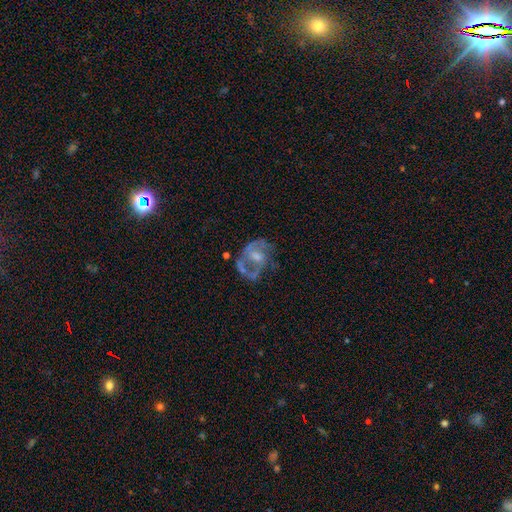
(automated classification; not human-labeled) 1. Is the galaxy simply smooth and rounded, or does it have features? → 72% featured or disk, 19% smooth, 8% star or artifact.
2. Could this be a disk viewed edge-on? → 98% no, 2% yes.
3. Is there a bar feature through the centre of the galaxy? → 51% no, 39% weak, 10% strong.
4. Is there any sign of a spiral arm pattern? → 65% yes, 35% no.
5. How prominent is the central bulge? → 45% moderate, 28% small, 18% none, 7% large, 1% dominant.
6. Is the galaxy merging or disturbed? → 42% none, 32% major disturbance, 20% minor disturbance, 7% merger.